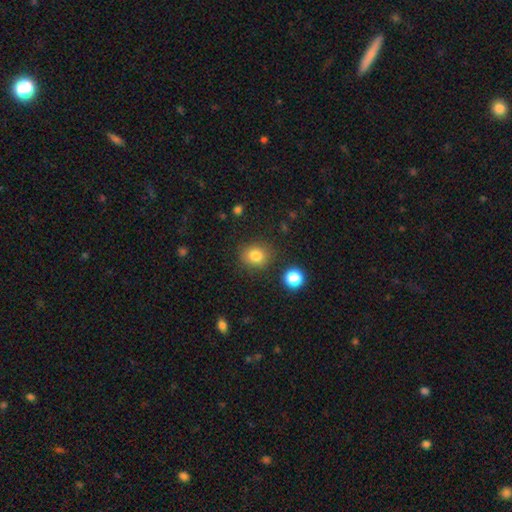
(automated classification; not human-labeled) A smooth galaxy with no disk features (83%) that is round (66%).

Vote fractions:
- Smooth or featured? smooth: 83% / star or artifact: 11% / featured or disk: 6%
- How rounded? round: 66% / in between: 33% / cigar-shaped: 1%
- Merging? none: 82% / minor disturbance: 11% / major disturbance: 4% / merger: 3%